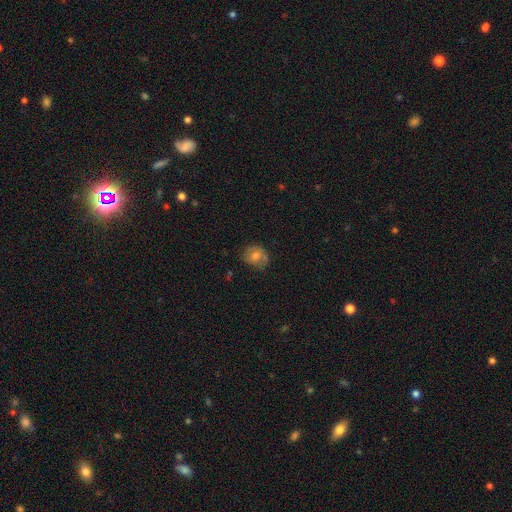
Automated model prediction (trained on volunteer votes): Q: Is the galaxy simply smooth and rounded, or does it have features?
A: smooth — 62%.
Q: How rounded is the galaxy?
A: round — 66%.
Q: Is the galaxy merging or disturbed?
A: none — 61%.